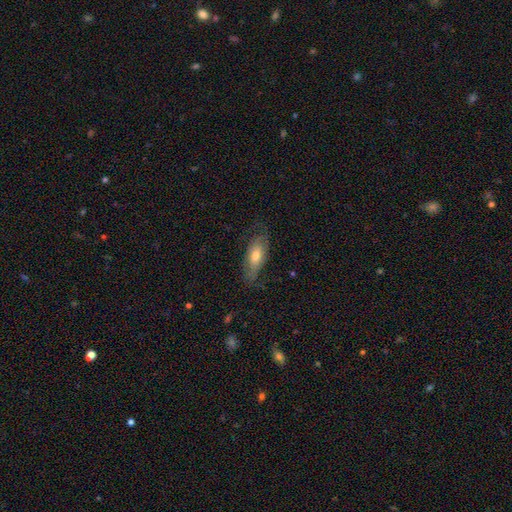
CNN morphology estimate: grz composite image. It shows a smooth galaxy with no disk features (55%) that is in between round and cigar-shaped (76%). Merging: none (64%).